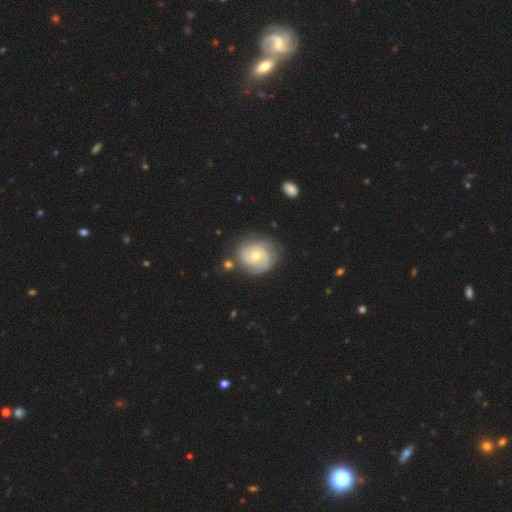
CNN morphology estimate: A featured or disk galaxy (75%) with no bar (71%), 2 (42%) tight (53%) spiral arms (92%) and a moderate central bulge (56%). Merging: none (72%).